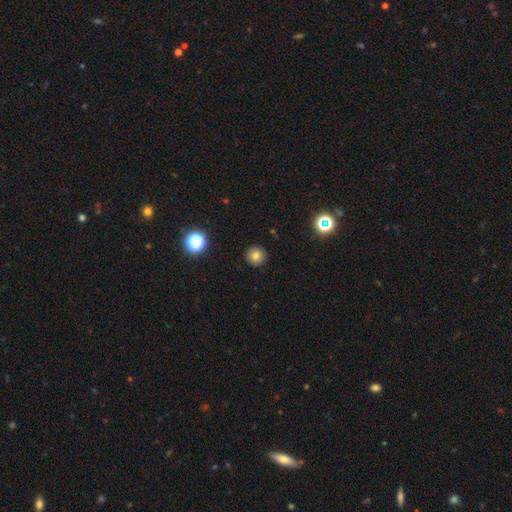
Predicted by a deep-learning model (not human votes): Morphology: type=smooth (76%); roundness=round (94%); merging=none (91%).